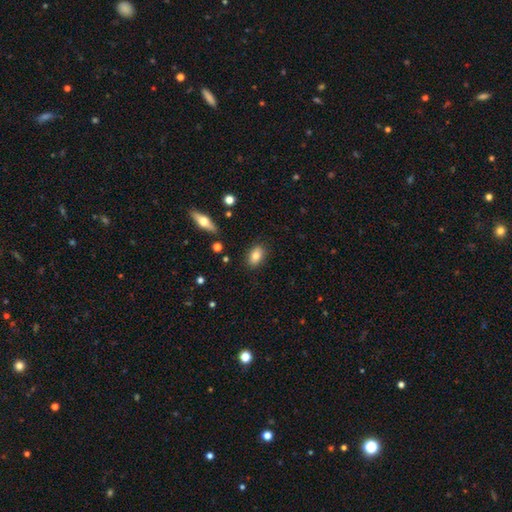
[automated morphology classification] Smooth or featured?
  - smooth: 80% *
  - featured or disk: 12%
  - star or artifact: 8%
How rounded?
  - in between: 86% *
  - round: 11%
  - cigar-shaped: 3%
Merging?
  - none: 87% *
  - minor disturbance: 9%
  - major disturbance: 2%
  - merger: 2%